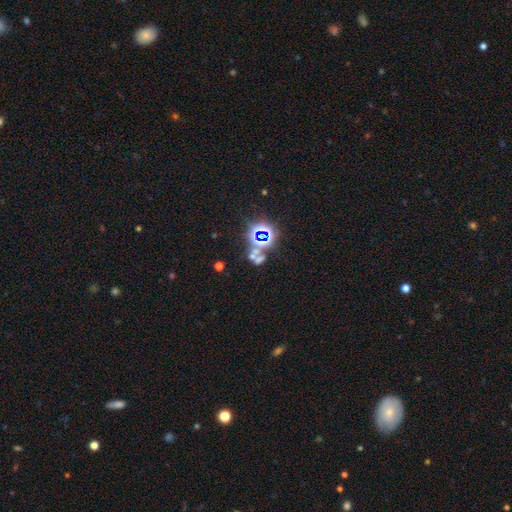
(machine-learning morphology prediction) Overall: star or artifact (55%; smooth 29%).